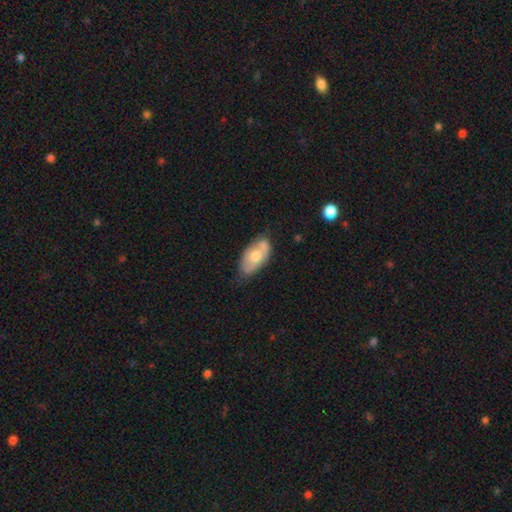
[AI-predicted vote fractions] Smooth or featured? smooth (55%)
How rounded? in between (92%)
Merging? none (51%)